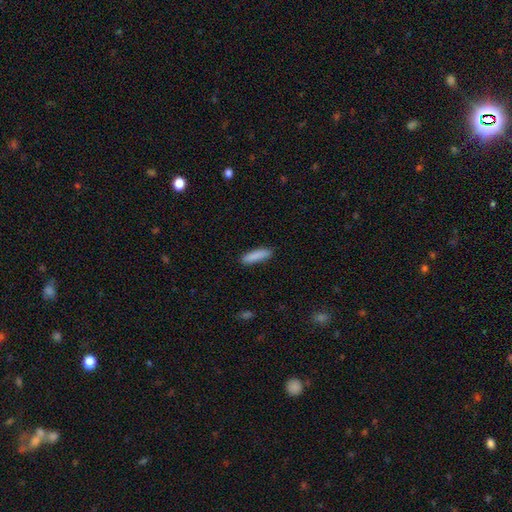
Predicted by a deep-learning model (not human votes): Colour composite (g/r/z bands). It shows a smooth galaxy with no disk features (88%) that is cigar-shaped (72%). Merging: none (86%).